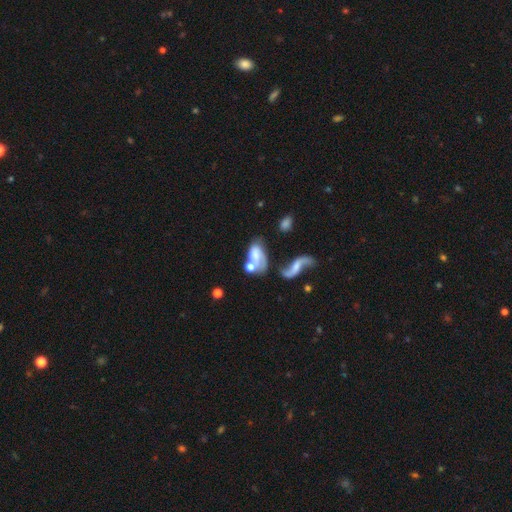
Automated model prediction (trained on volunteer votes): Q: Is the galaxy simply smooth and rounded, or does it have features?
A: smooth — 46%.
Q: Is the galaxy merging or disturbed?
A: merger — 46%.